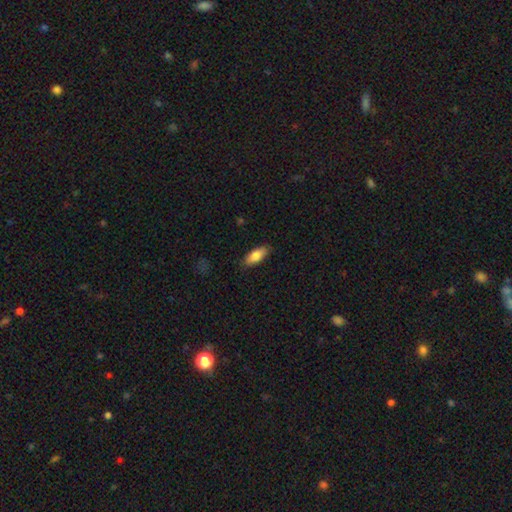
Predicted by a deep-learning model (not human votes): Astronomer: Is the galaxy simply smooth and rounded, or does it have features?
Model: smooth — 81%.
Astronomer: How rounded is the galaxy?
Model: in between — 80%.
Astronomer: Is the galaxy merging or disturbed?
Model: none — 85%.